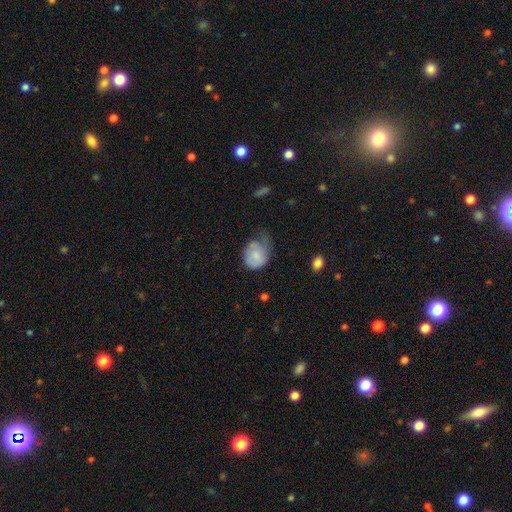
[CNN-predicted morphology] Smooth or featured?
  - smooth: 69% *
  - featured or disk: 24%
  - star or artifact: 7%
How rounded?
  - round: 54% *
  - in between: 45%
  - cigar-shaped: 1%
Merging?
  - minor disturbance: 39% *
  - major disturbance: 36%
  - none: 23%
  - merger: 2%